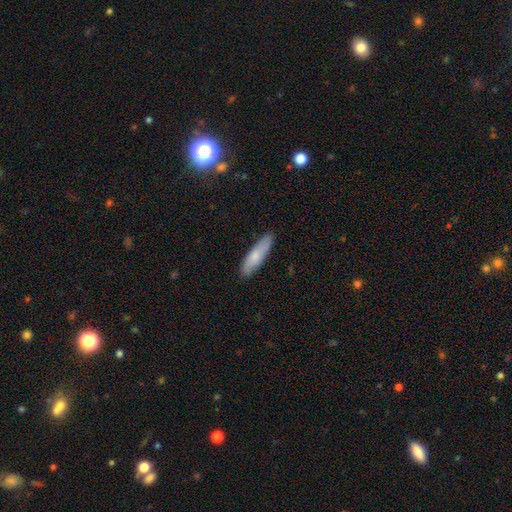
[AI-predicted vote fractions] The model was most divided on "how rounded": cigar-shaped: 70%, in between: 29%, round: 2%. More confident: merging — none (86%); smooth or featured — smooth (75%).